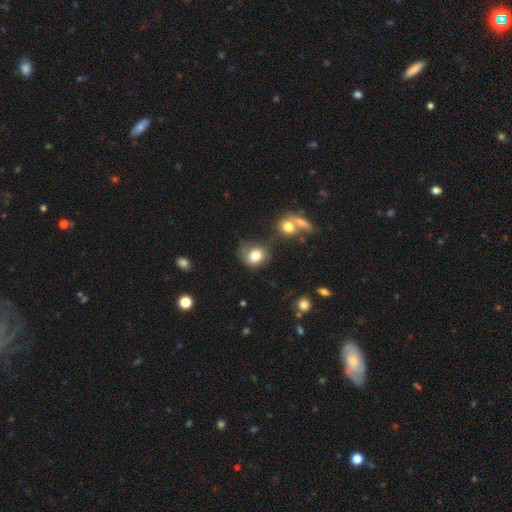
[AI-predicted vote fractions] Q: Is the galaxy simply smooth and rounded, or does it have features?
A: smooth — 79%.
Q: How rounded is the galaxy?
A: round — 67%.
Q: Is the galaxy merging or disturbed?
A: none — 48%.